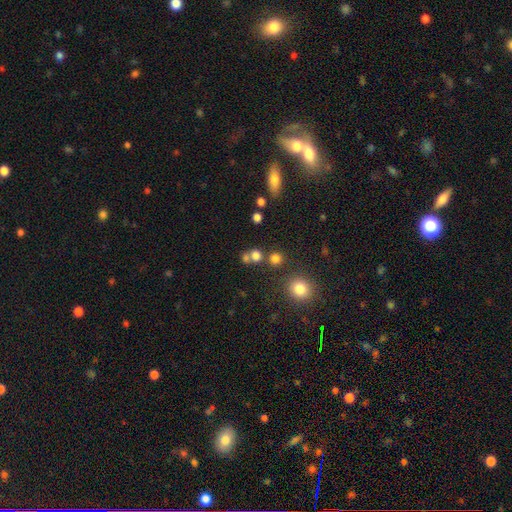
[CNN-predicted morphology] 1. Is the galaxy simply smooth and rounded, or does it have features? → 74% smooth, 18% star or artifact, 8% featured or disk.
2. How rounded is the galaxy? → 84% round, 15% in between, 1% cigar-shaped.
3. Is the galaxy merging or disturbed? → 58% none, 30% merger, 7% minor disturbance, 4% major disturbance.